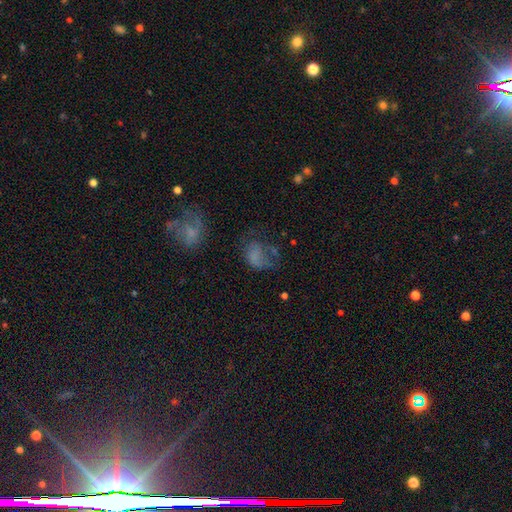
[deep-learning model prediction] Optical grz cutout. It shows a smooth galaxy with no disk features (57%) that is in between round and cigar-shaped (67%). Merging: major disturbance (40%).